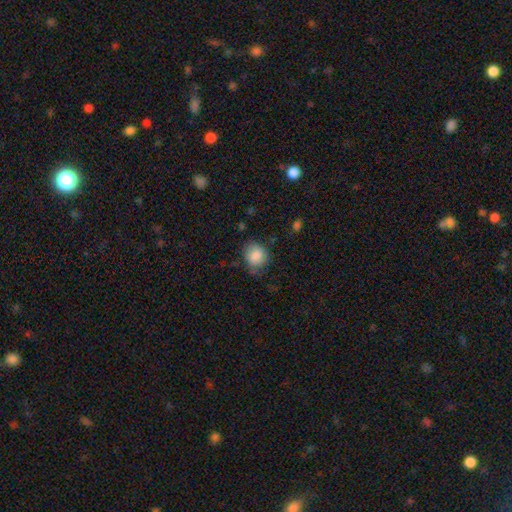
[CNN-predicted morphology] A smooth galaxy with no disk features (85%) that is round (69%). Merging: none (63%).